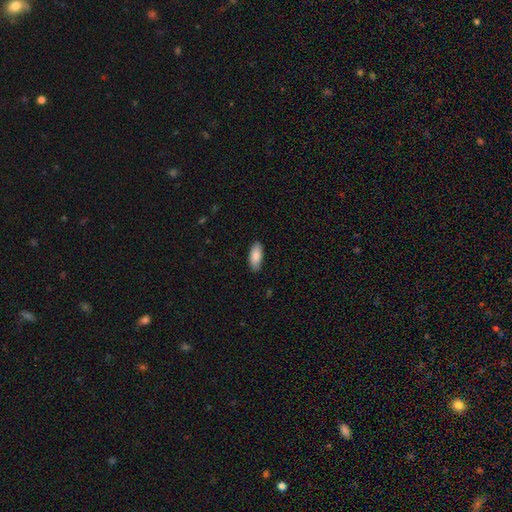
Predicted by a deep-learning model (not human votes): This is clearly a smooth galaxy (87%). How rounded: clearly in between (85%). Merging: clearly none (88%).